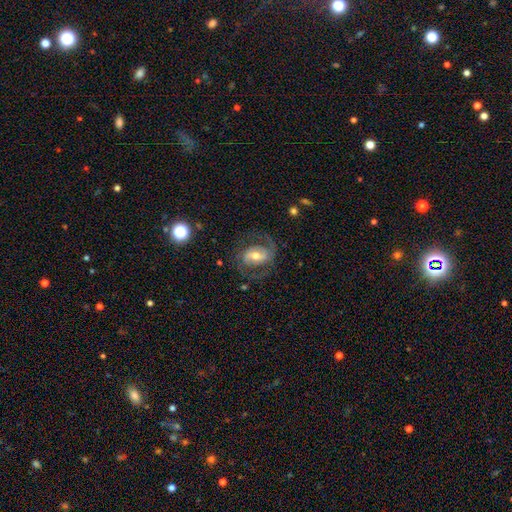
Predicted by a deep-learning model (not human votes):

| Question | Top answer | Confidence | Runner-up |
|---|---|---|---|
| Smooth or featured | featured or disk | 79% | smooth (14%) |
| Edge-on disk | no | 97% | yes (3%) |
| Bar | weak | 44% | strong (28%) |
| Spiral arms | yes | 92% | no (8%) |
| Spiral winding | medium | 54% | loose (24%) |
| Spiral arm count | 2 | 87% | can't tell (5%) |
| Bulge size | moderate | 64% | small (25%) |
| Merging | none | 71% | minor disturbance (15%) |